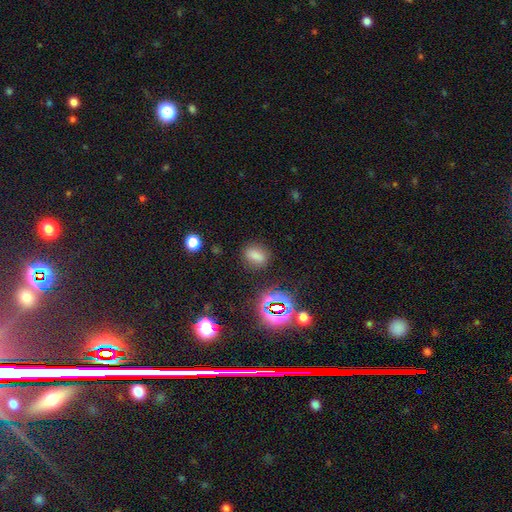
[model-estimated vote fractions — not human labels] smooth 72%, star or artifact 21%, featured or disk 7%. Down the decision tree: how rounded — in between (69%); merging — none (82%).